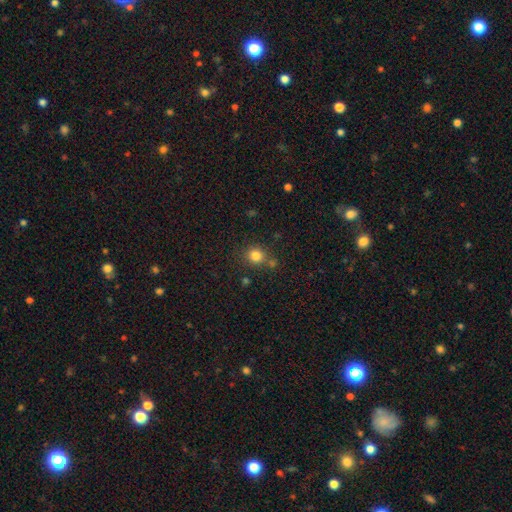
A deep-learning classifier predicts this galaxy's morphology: A smooth galaxy with no disk features (81%) that is round (87%).

Vote fractions:
- Smooth or featured? smooth: 81% / star or artifact: 13% / featured or disk: 6%
- How rounded? round: 87% / in between: 12% / cigar-shaped: 1%
- Merging? none: 72% / merger: 14% / minor disturbance: 10% / major disturbance: 3%